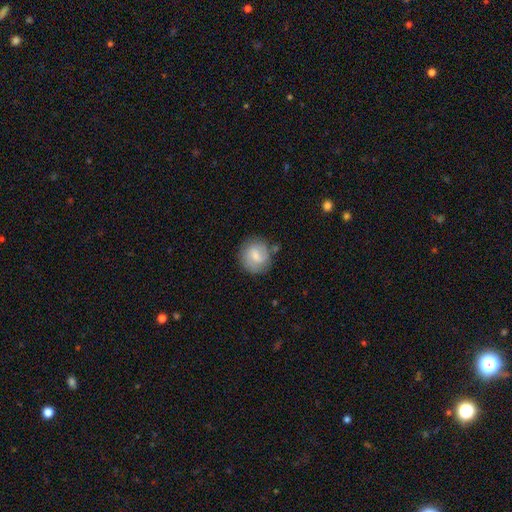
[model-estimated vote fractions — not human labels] smooth_or_featured: smooth (p=0.56) [alt: featured or disk p=0.37]
how_rounded: round (p=0.86) [alt: in between p=0.13]
merging: none (p=0.76) [alt: minor disturbance p=0.15]